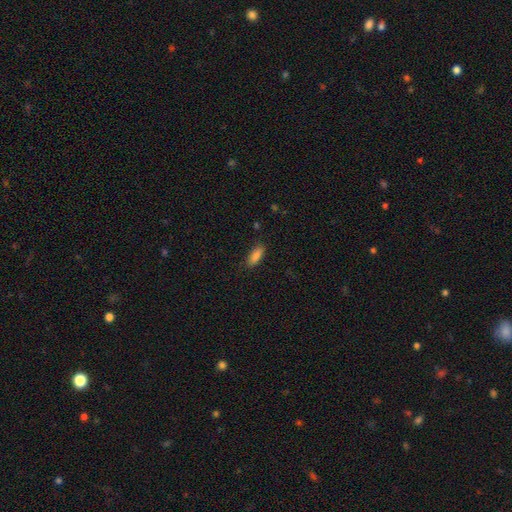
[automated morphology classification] Smooth or featured: smooth — 86% (star or artifact — 8%)
How rounded: in between — 71% (cigar-shaped — 27%)
Merging: none — 83% (minor disturbance — 13%)